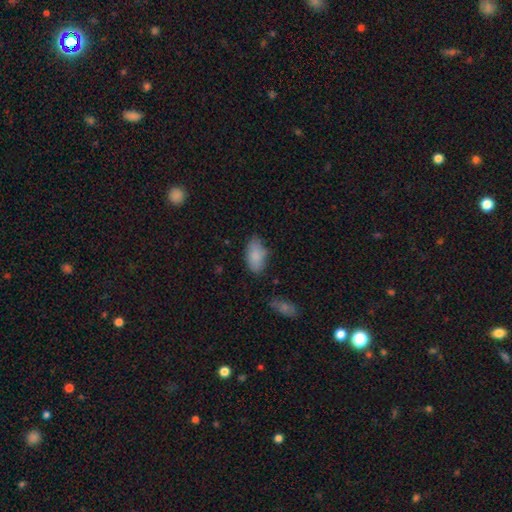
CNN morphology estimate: This is clearly a smooth galaxy (86%). How rounded: clearly in between (93%). Merging: likely none (71%).